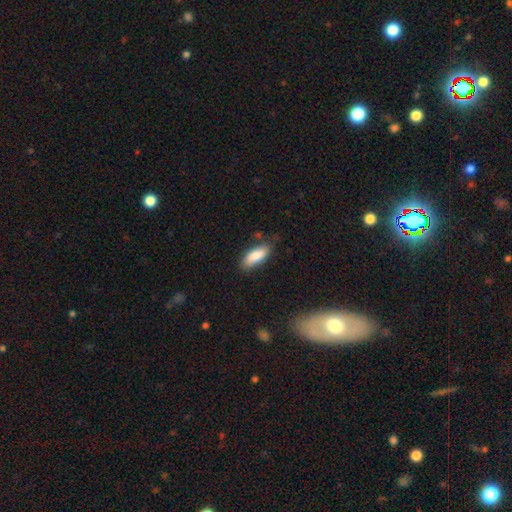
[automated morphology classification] Smooth or featured?
  - smooth: 85% *
  - featured or disk: 8%
  - star or artifact: 6%
How rounded?
  - in between: 72% *
  - cigar-shaped: 26%
  - round: 2%
Merging?
  - none: 76% *
  - minor disturbance: 18%
  - major disturbance: 4%
  - merger: 2%